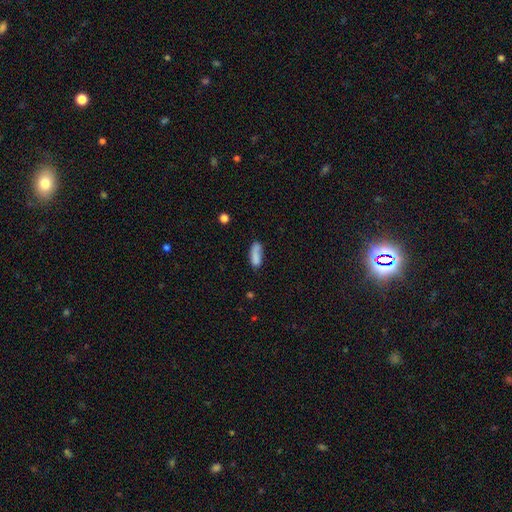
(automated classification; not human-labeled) Q: Smooth or featured?
A: smooth (80%); runner-up: featured or disk (11%)
Q: How rounded?
A: in between (68%); runner-up: cigar-shaped (29%)
Q: Merging?
A: none (53%); runner-up: minor disturbance (26%)